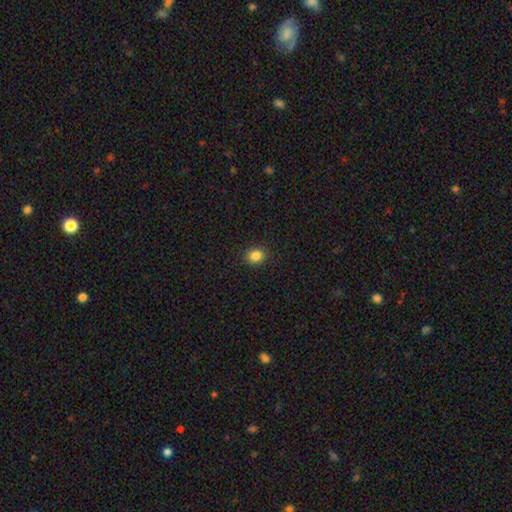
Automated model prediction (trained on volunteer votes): Smooth or featured? Predicted: smooth (p=0.85). How rounded? Predicted: round (p=0.71). Merging? Predicted: none (p=0.91).